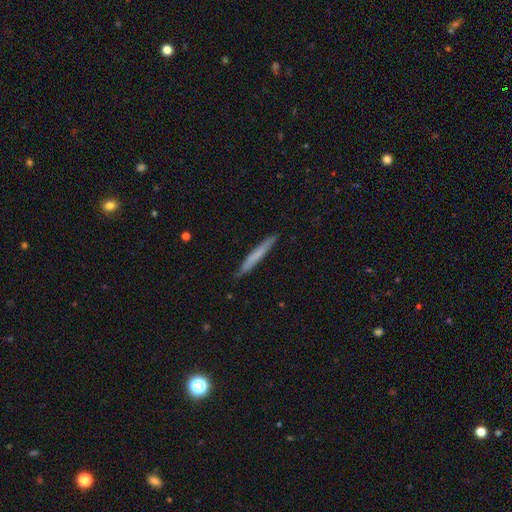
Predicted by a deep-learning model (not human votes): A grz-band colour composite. It shows a smooth galaxy with no disk features (63%) that is cigar-shaped (97%). Merging: none (90%).